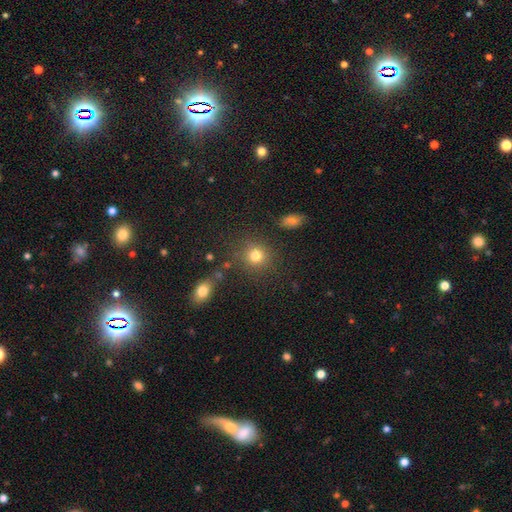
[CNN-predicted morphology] type=smooth (80%); roundness=round (87%); merging=none (81%).